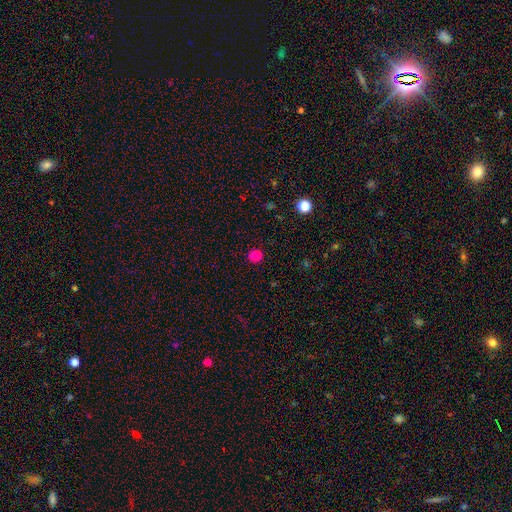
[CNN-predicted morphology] A smooth galaxy with no disk features (83%) that is round (91%).

Vote fractions:
- Smooth or featured? smooth: 83% / star or artifact: 13% / featured or disk: 4%
- How rounded? round: 91% / in between: 8% / cigar-shaped: 1%
- Merging? none: 91% / minor disturbance: 6% / major disturbance: 2% / merger: 1%